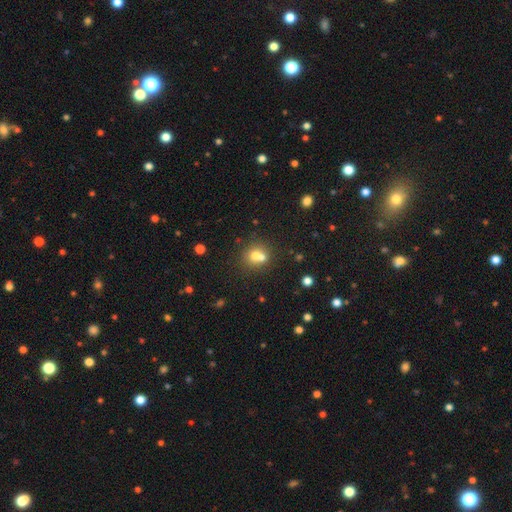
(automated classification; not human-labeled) smooth 68%, featured or disk 18%, star or artifact 14%. Down the decision tree: how rounded — round (75%); merging — merger (47%).